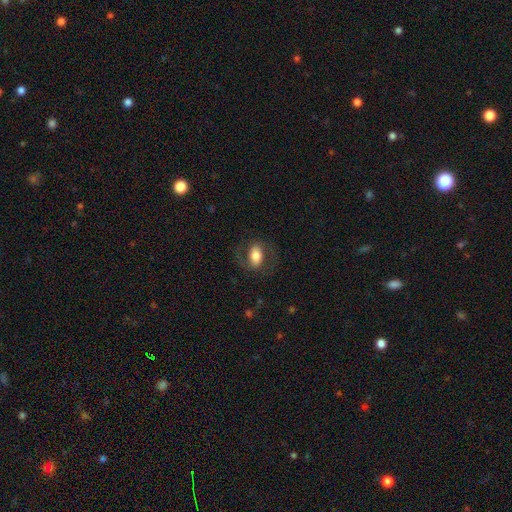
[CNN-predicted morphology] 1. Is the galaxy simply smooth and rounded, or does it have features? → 59% smooth, 33% featured or disk, 8% star or artifact.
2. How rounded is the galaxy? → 85% in between, 13% round, 2% cigar-shaped.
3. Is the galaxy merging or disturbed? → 72% none, 15% minor disturbance, 12% major disturbance, 1% merger.